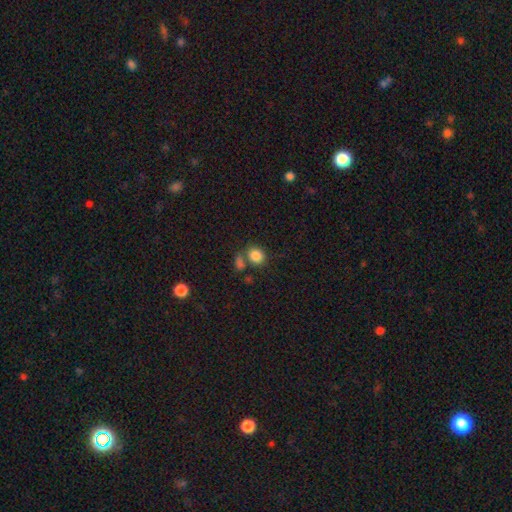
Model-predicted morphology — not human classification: Smooth or featured? Predicted: smooth (p=0.84). How rounded? Predicted: round (p=0.70). Merging? Predicted: none (p=0.59).